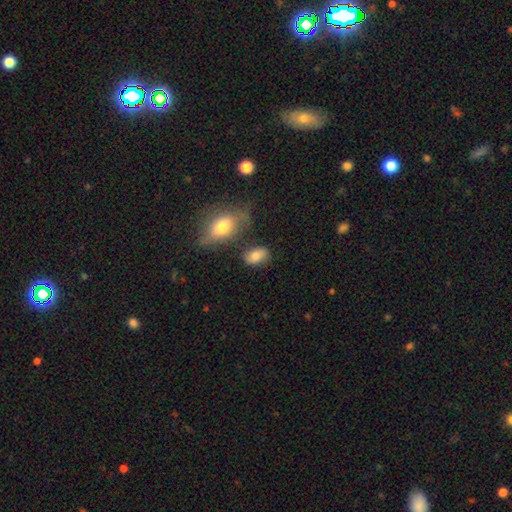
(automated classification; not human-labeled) smooth_or_featured: smooth (p=0.80) [alt: featured or disk p=0.11]
how_rounded: in between (p=0.86) [alt: round p=0.12]
merging: none (p=0.74) [alt: minor disturbance p=0.15]